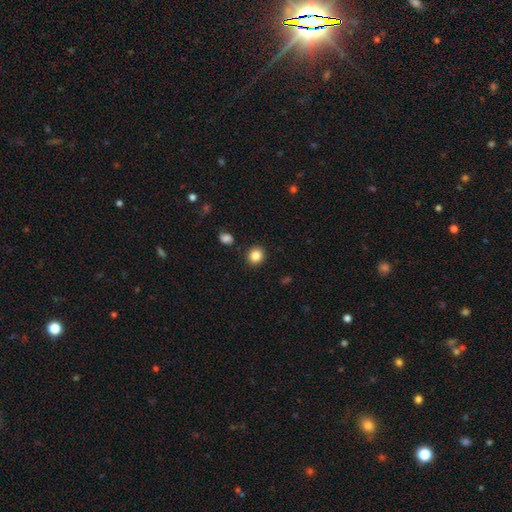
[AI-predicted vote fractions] smooth 86%, star or artifact 10%, featured or disk 5%. Down the decision tree: how rounded — round (83%); merging — none (89%).